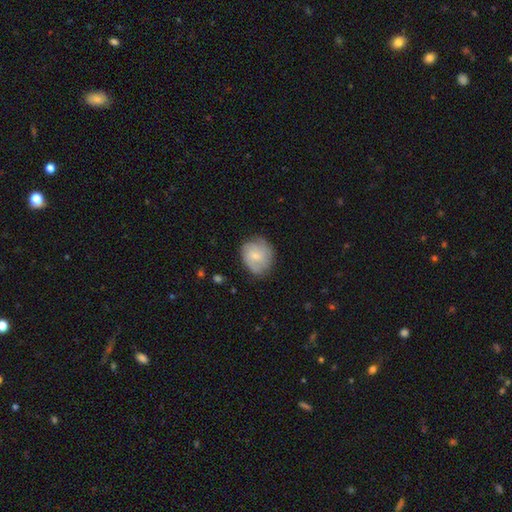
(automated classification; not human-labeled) smooth_or_featured: smooth (p=0.58) [alt: featured or disk p=0.35]
how_rounded: round (p=0.73) [alt: in between p=0.26]
merging: none (p=0.68) [alt: minor disturbance p=0.24]